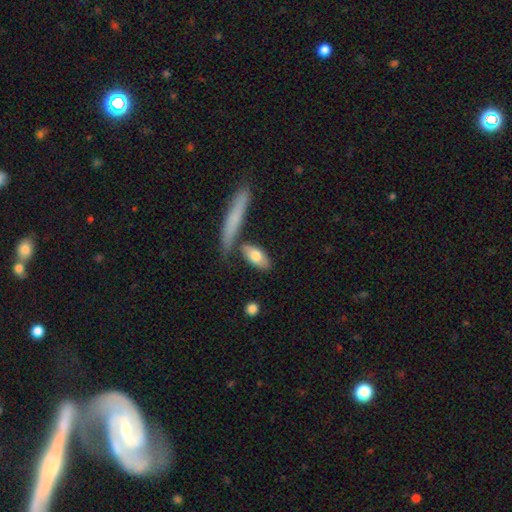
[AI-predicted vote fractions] This is likely a smooth galaxy (73%). How rounded: likely in between (79%). Merging: likely none (69%).